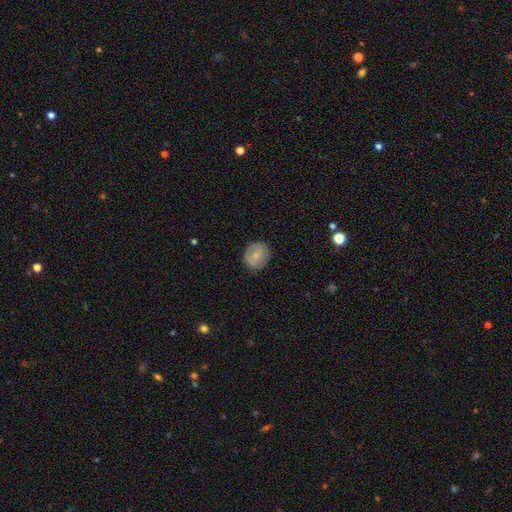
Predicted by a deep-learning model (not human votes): Smooth or featured?
  - smooth: 73% *
  - featured or disk: 20%
  - star or artifact: 8%
How rounded?
  - round: 71% *
  - in between: 28%
  - cigar-shaped: 1%
Merging?
  - none: 84% *
  - minor disturbance: 12%
  - major disturbance: 3%
  - merger: 1%